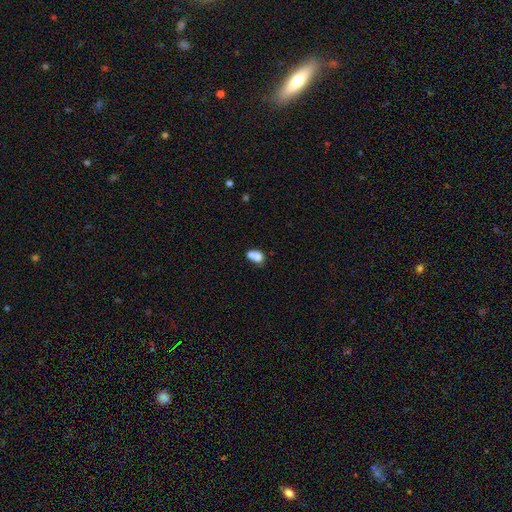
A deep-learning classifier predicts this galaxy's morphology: Overall: smooth (75%). How rounded: in between (75%). Merging: merger (43%; none 31%).